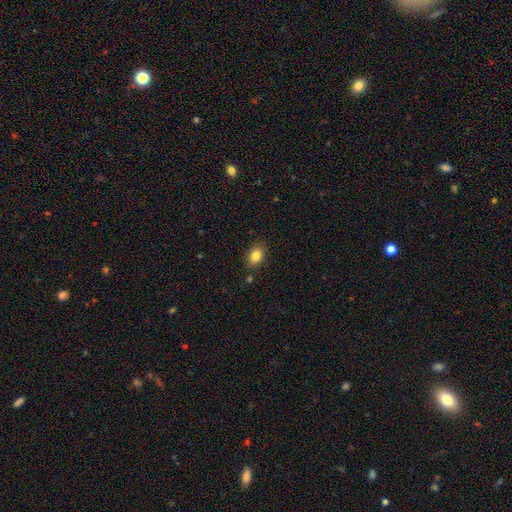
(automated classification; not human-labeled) Q: Smooth or featured?
A: smooth (84%); runner-up: star or artifact (9%)
Q: How rounded?
A: in between (79%); runner-up: round (20%)
Q: Merging?
A: none (84%); runner-up: minor disturbance (11%)